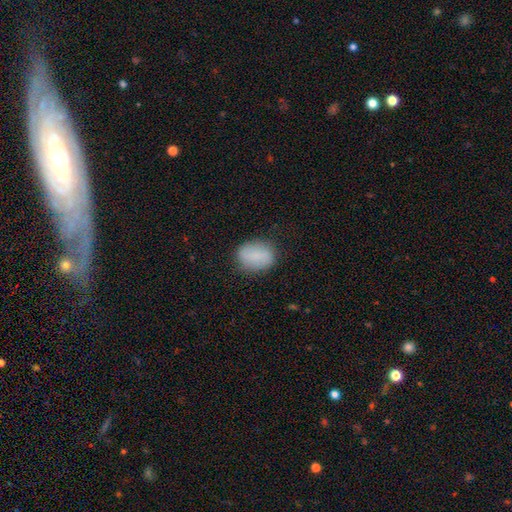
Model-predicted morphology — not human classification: This is clearly a smooth galaxy (82%). How rounded: likely in between (67%). Merging: clearly none (81%).